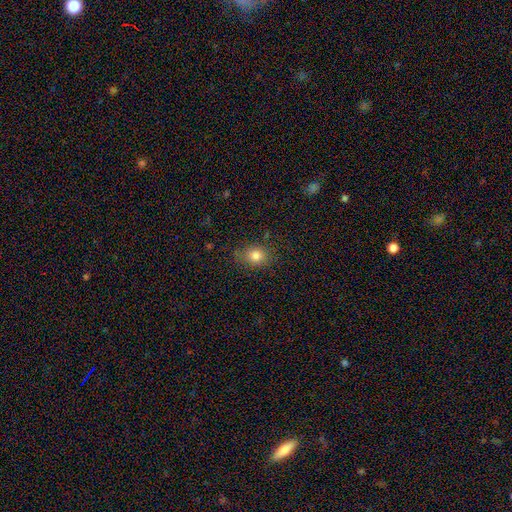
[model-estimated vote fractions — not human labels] Smooth or featured? Predicted: smooth (p=0.81). How rounded? Predicted: round (p=0.56). Merging? Predicted: none (p=0.80).